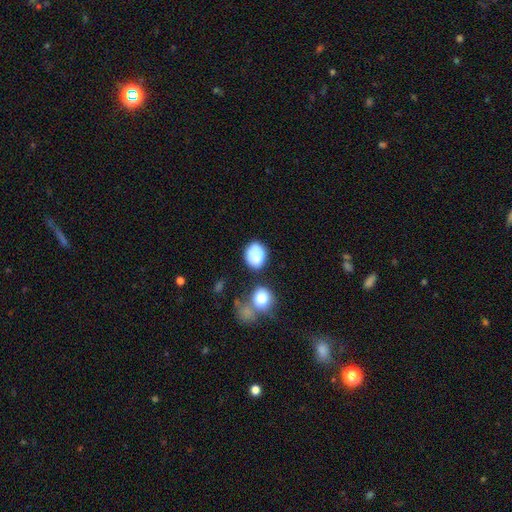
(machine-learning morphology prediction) This is likely a smooth galaxy (75%). How rounded: possibly round (53%). Merging: possibly none (49%).